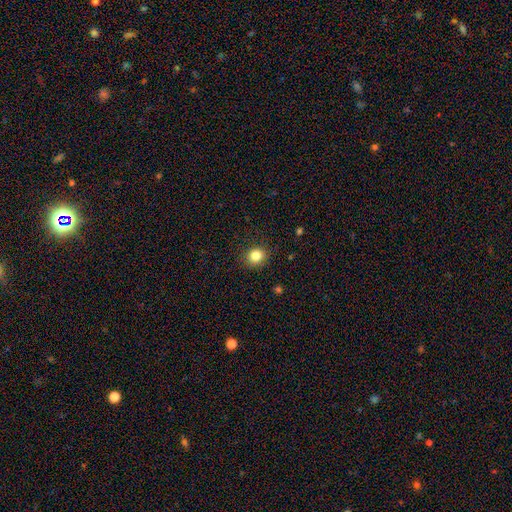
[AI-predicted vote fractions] This is clearly a smooth galaxy (83%). How rounded: likely round (77%). Merging: clearly none (89%).